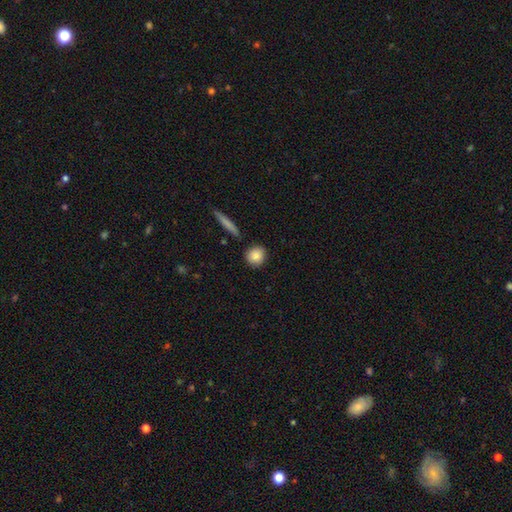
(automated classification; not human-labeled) smooth 86%, star or artifact 7%, featured or disk 7%. Down the decision tree: how rounded — round (84%); merging — none (85%).